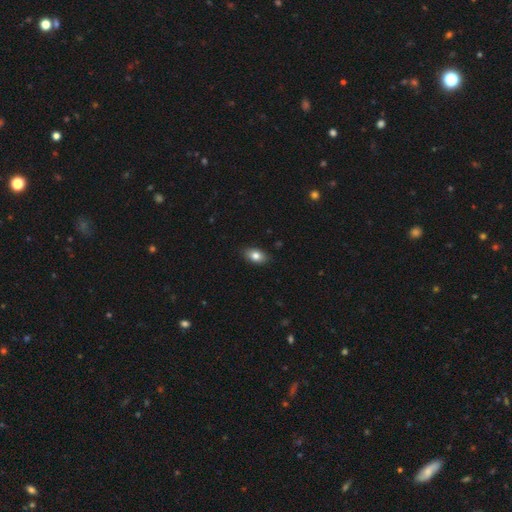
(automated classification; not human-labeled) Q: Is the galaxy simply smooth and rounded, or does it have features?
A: smooth — 82%.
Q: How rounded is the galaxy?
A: in between — 89%.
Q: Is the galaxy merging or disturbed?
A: none — 88%.